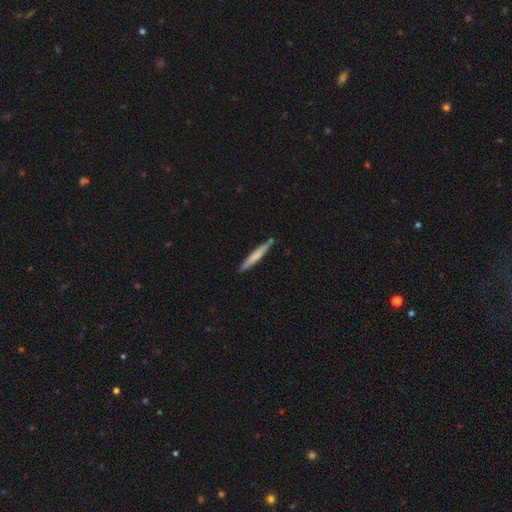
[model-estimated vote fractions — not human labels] smooth 66%, featured or disk 29%, star or artifact 5%. Down the decision tree: how rounded — cigar-shaped (96%); merging — none (87%).